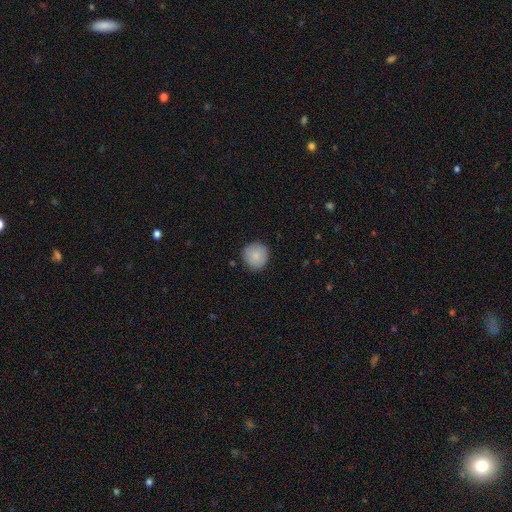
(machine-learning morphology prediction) Overall: smooth (84%). How rounded: round (94%). Merging: none (87%).